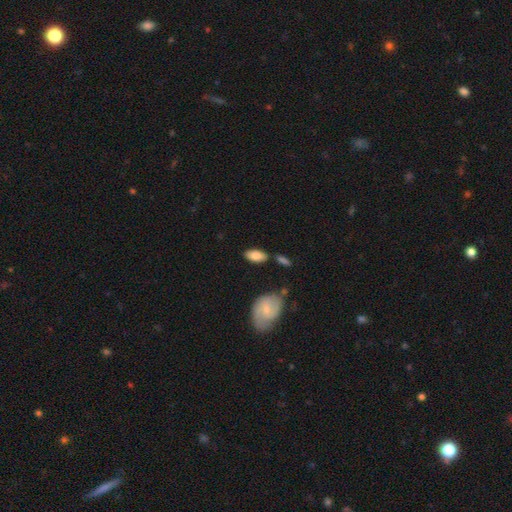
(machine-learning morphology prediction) type=smooth (79%); roundness=in between (90%); merging=none (75%).